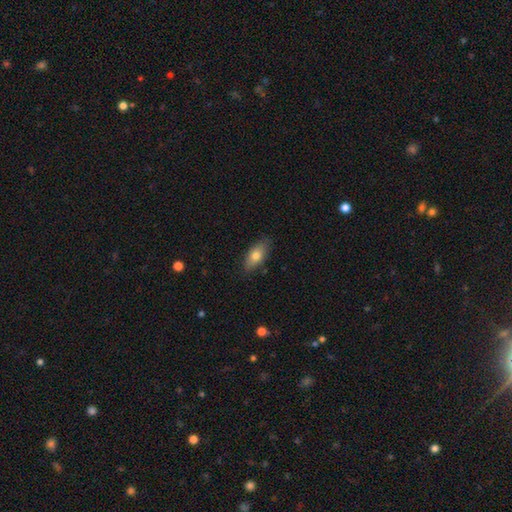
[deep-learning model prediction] Overall: smooth (74%). How rounded: in between (83%). Merging: none (83%).